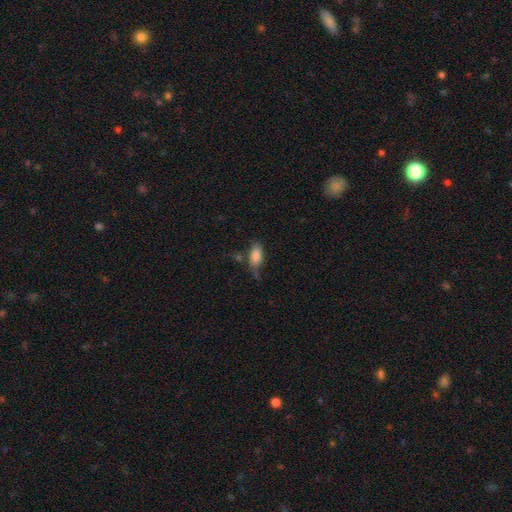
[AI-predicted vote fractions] Smooth or featured?
  - smooth: 80% *
  - featured or disk: 11%
  - star or artifact: 8%
How rounded?
  - in between: 86% *
  - cigar-shaped: 10%
  - round: 4%
Merging?
  - none: 49% *
  - minor disturbance: 29%
  - major disturbance: 13%
  - merger: 9%